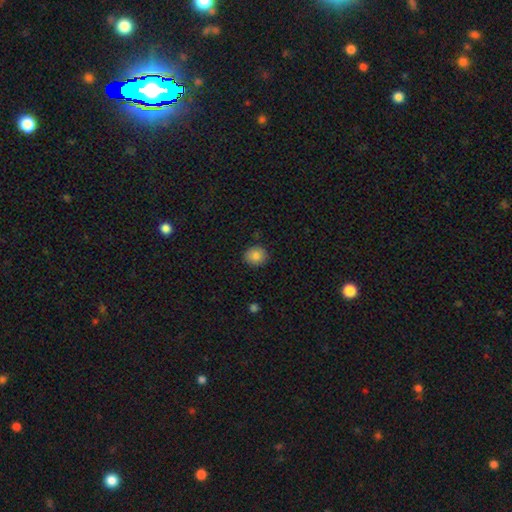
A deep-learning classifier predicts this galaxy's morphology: This is clearly a smooth galaxy (84%). How rounded: likely round (74%). Merging: clearly none (87%).